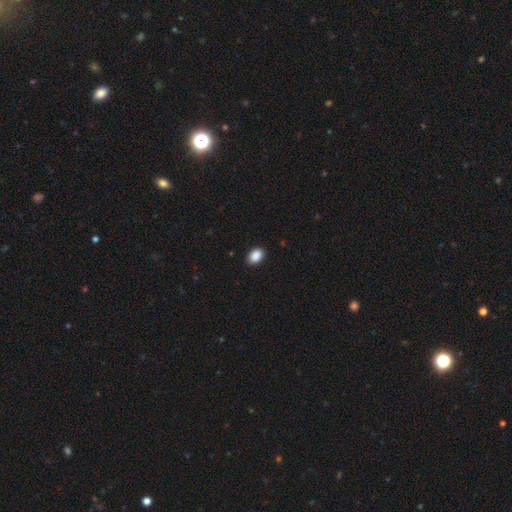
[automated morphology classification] Overall: smooth (89%). How rounded: in between (74%). Merging: none (89%).